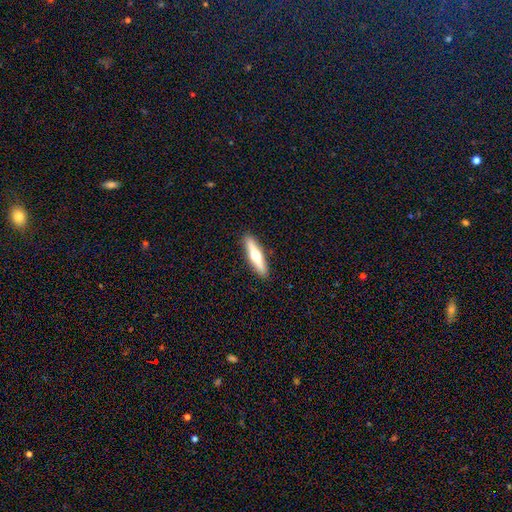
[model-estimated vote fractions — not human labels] Q: Smooth or featured?
A: featured or disk (52%); runner-up: smooth (43%)
Q: Edge-on disk?
A: yes (94%); runner-up: no (6%)
Q: Merging?
A: none (91%); runner-up: minor disturbance (6%)